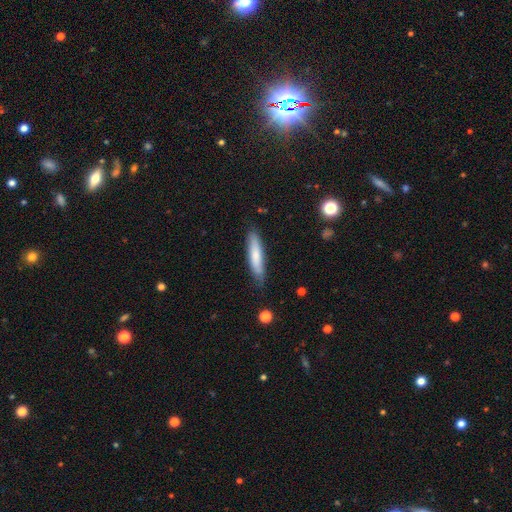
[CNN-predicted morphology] A smooth galaxy with no disk features (74%) that is cigar-shaped (83%).

Vote fractions:
- Smooth or featured? smooth: 74% / featured or disk: 20% / star or artifact: 6%
- How rounded? cigar-shaped: 83% / in between: 15% / round: 1%
- Merging? none: 81% / minor disturbance: 15% / major disturbance: 3% / merger: 1%